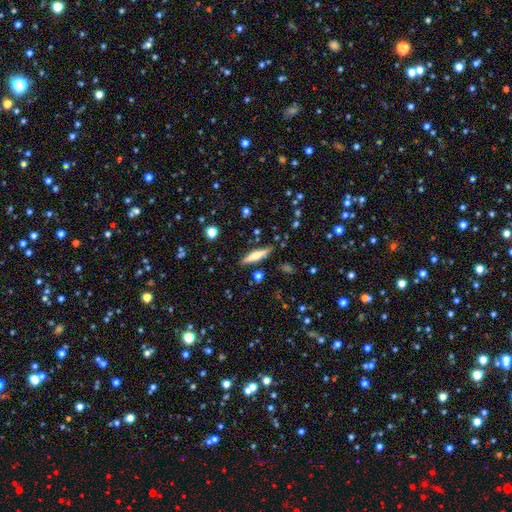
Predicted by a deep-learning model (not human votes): This appears to be a featured or disk galaxy (48%). Merging: none (86%).